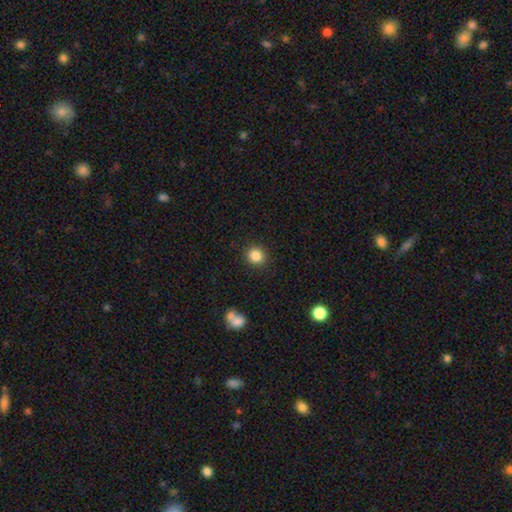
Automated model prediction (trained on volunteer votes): Morphology: type=smooth (85%); roundness=round (86%); merging=none (90%).